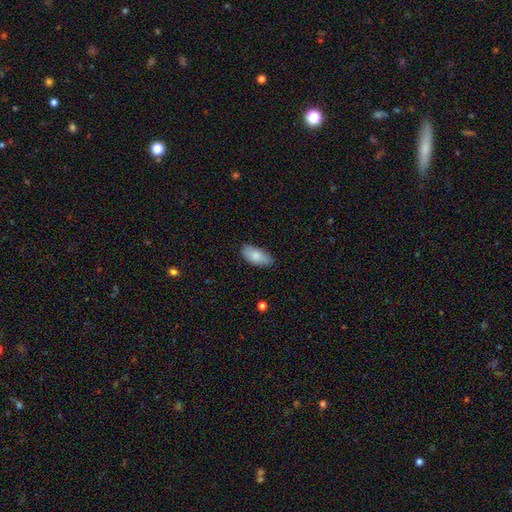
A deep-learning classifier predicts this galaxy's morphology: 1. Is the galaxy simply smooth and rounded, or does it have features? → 83% smooth, 11% featured or disk, 6% star or artifact.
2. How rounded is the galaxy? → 90% in between, 8% cigar-shaped, 2% round.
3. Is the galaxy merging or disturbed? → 78% none, 18% minor disturbance, 3% major disturbance, 1% merger.